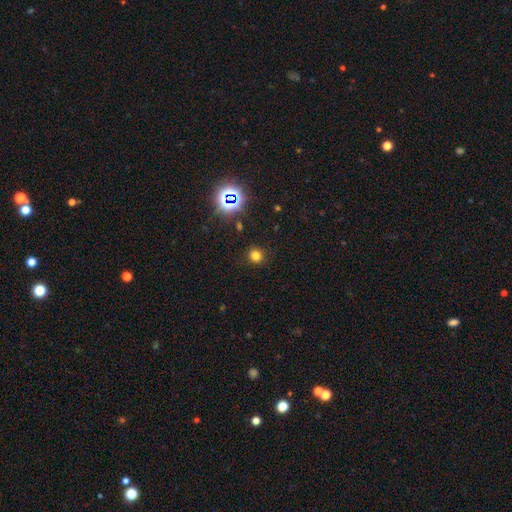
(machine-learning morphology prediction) Smooth or featured?
  - smooth: 74% *
  - star or artifact: 21%
  - featured or disk: 5%
How rounded?
  - round: 90% *
  - in between: 9%
  - cigar-shaped: 1%
Merging?
  - none: 89% *
  - minor disturbance: 7%
  - major disturbance: 3%
  - merger: 1%